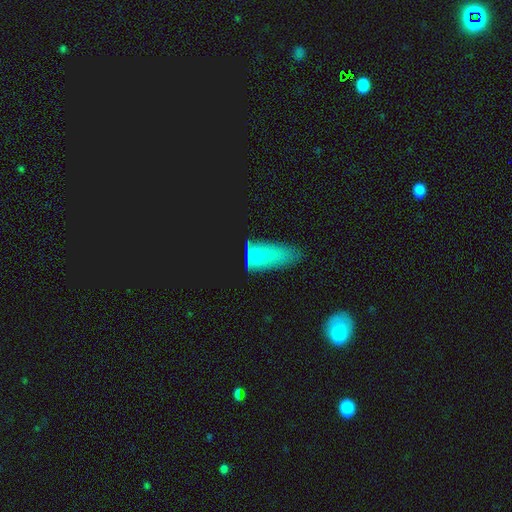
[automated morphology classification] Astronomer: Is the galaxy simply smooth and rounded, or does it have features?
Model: smooth — 46% (runner-up: star or artifact, 36%).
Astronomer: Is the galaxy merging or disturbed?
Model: none — 36% (runner-up: minor disturbance, 28%).